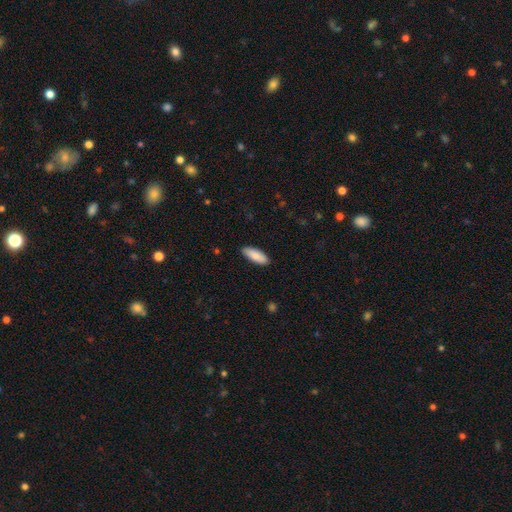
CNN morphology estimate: A smooth galaxy with no disk features (86%) that is in between round and cigar-shaped (68%). Merging: none (90%).